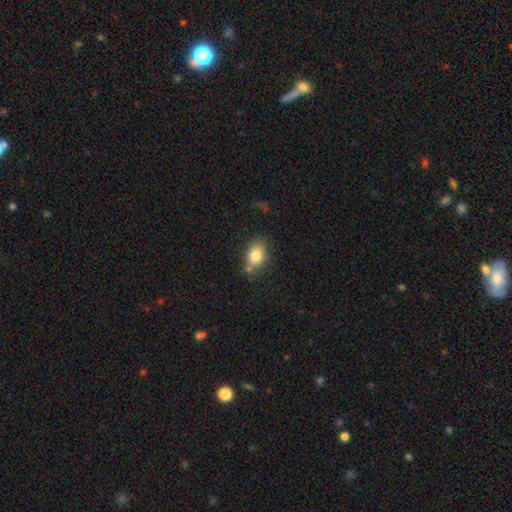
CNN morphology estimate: Smooth or featured? Predicted: smooth (p=0.80). How rounded? Predicted: in between (p=0.80). Merging? Predicted: none (p=0.69).